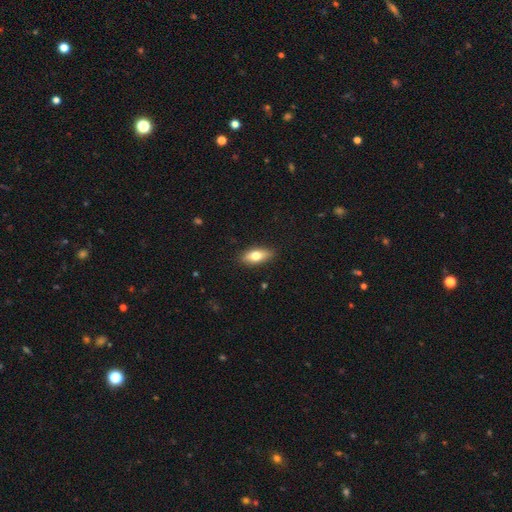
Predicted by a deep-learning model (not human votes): Q: Smooth or featured?
A: smooth (73%); runner-up: featured or disk (20%)
Q: How rounded?
A: in between (80%); runner-up: cigar-shaped (16%)
Q: Merging?
A: none (87%); runner-up: minor disturbance (10%)